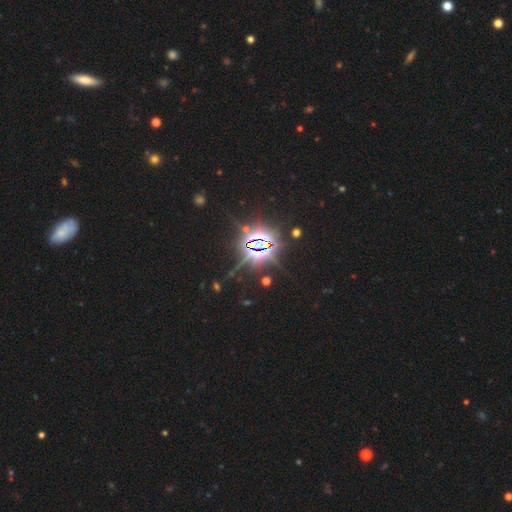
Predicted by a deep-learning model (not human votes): Smooth or featured? star or artifact (84%)